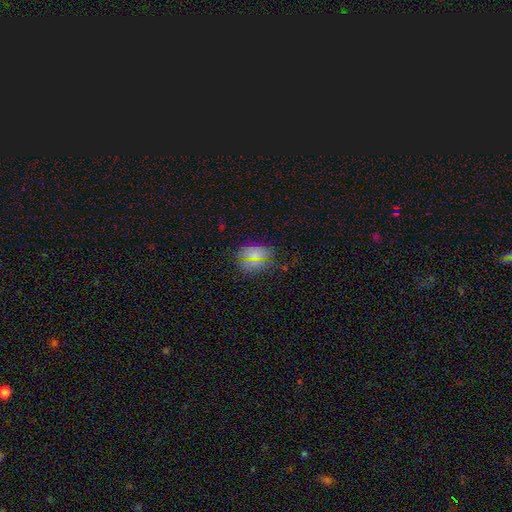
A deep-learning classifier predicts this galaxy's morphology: smooth_or_featured: smooth (p=0.57) [alt: star or artifact p=0.32]
how_rounded: in between (p=0.51) [alt: round p=0.45]
merging: none (p=0.80) [alt: minor disturbance p=0.14]